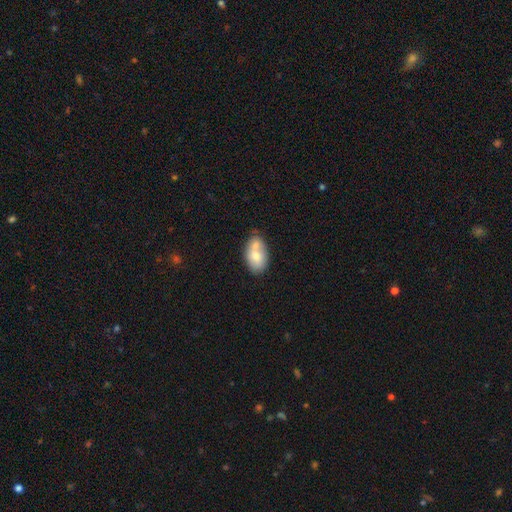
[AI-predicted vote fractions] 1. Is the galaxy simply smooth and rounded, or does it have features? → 67% smooth, 26% featured or disk, 7% star or artifact.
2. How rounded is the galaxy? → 87% in between, 11% round, 2% cigar-shaped.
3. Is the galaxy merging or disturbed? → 42% merger, 39% none, 15% minor disturbance, 4% major disturbance.